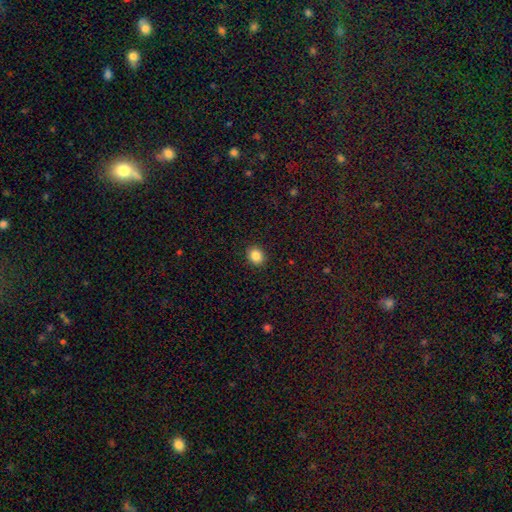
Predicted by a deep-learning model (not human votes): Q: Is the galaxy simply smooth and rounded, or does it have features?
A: smooth — 85%.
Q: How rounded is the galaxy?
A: round — 68%.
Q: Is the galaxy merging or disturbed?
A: none — 91%.